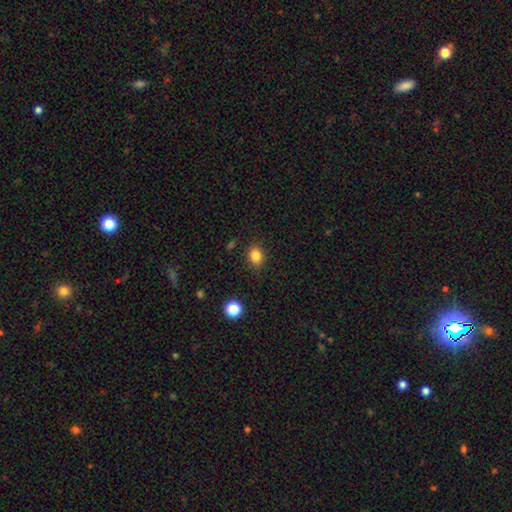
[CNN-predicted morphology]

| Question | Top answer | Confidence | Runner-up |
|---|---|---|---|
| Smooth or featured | smooth | 84% | star or artifact (12%) |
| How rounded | round | 52% | in between (47%) |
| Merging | none | 86% | minor disturbance (10%) |